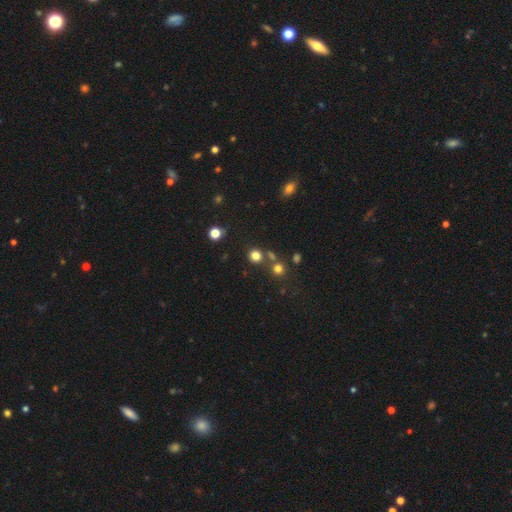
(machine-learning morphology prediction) Smooth or featured? Predicted: smooth (p=0.76). How rounded? Predicted: round (p=0.89). Merging? Predicted: none (p=0.74).